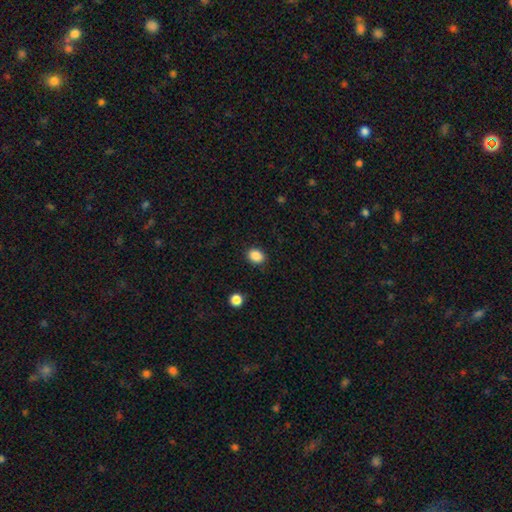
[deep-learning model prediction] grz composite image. It shows a smooth galaxy with no disk features (87%) that is in between round and cigar-shaped (51%). Merging: none (88%).